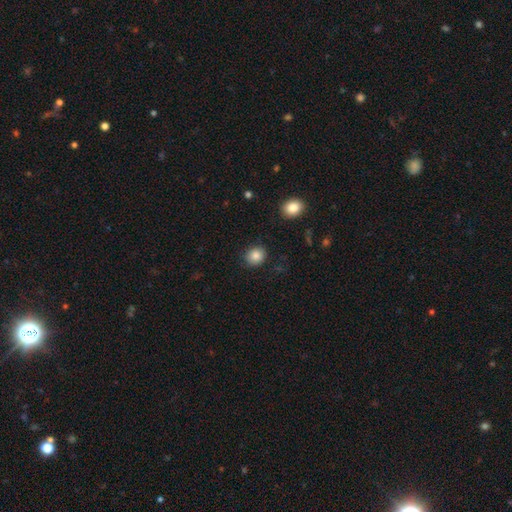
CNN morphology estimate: type=smooth (86%); roundness=round (73%); merging=none (86%).